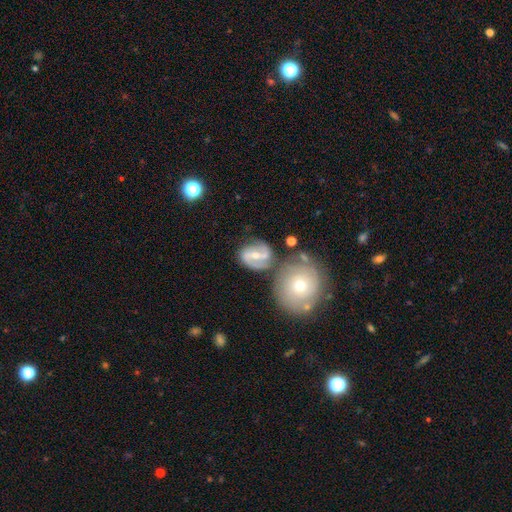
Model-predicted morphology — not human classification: Smooth or featured: featured or disk — 78% (smooth — 16%)
Edge-on disk: no — 97% (yes — 3%)
Bar: strong — 43% (weak — 39%)
Spiral arms: yes — 92% (no — 8%)
Spiral winding: medium — 50% (loose — 26%)
Spiral arm count: 2 — 88% (can't tell — 5%)
Bulge size: small — 48% (moderate — 47%)
Merging: none — 58% (merger — 19%)